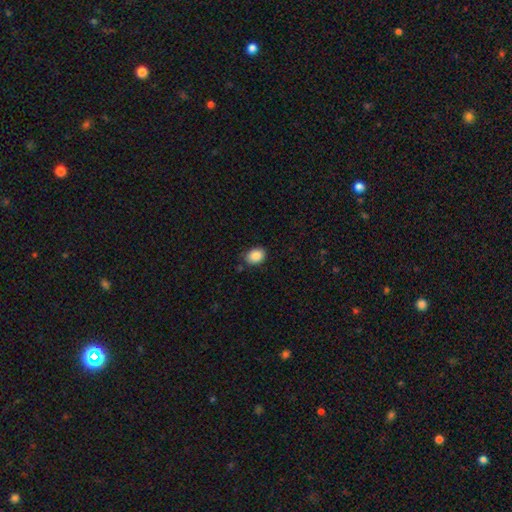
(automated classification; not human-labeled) This appears to be a smooth galaxy with no disk features (88%) that is in between round and cigar-shaped (68%). Merging: none (80%).